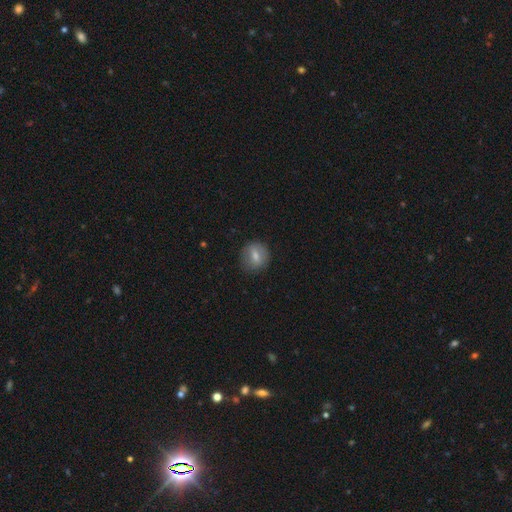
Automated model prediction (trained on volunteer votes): smooth-or-featured: smooth: 67% | featured or disk: 24% | star or artifact: 9%
  how-rounded: round: 76% | in between: 22% | cigar-shaped: 2%
  merging: none: 84% | minor disturbance: 11% | major disturbance: 4% | merger: 1%